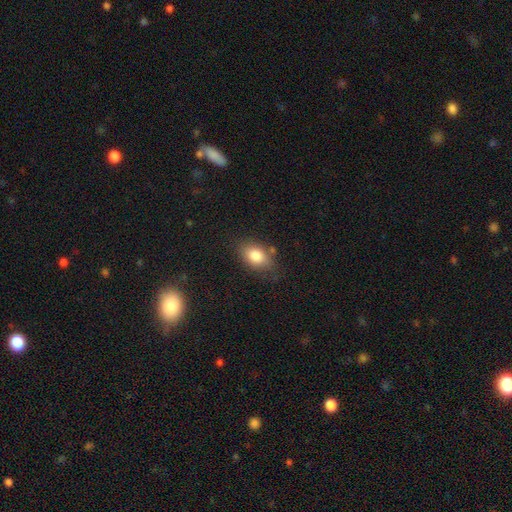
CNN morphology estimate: Smooth or featured? Predicted: smooth (p=0.82). How rounded? Predicted: in between (p=0.82). Merging? Predicted: none (p=0.74).